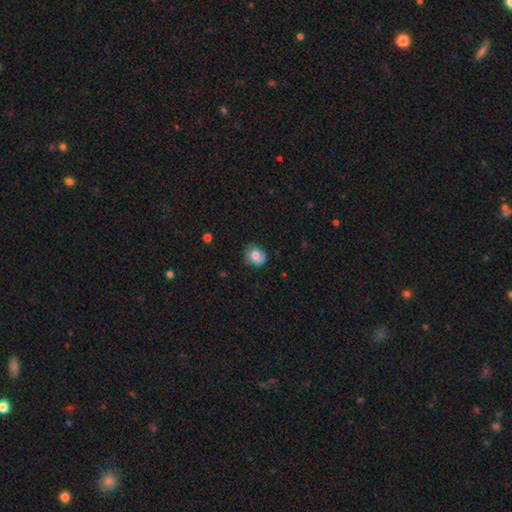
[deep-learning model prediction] Q: Smooth or featured?
A: smooth (72%); runner-up: featured or disk (19%)
Q: How rounded?
A: round (59%); runner-up: in between (40%)
Q: Merging?
A: none (66%); runner-up: minor disturbance (25%)